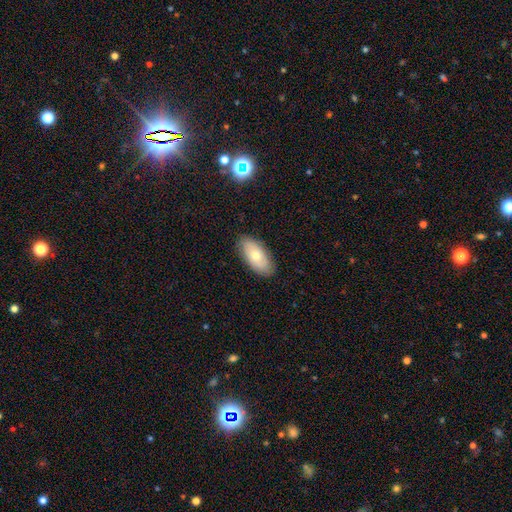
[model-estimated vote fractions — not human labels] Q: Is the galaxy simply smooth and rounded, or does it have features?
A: smooth — 63%.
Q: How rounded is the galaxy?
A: in between — 92%.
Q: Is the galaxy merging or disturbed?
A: none — 85%.